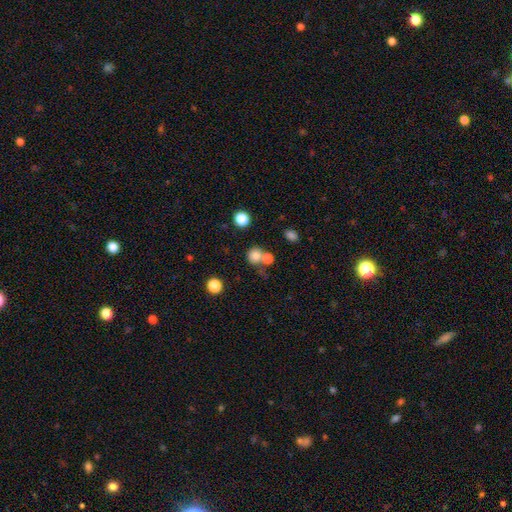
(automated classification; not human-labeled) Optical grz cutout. It shows a smooth galaxy with no disk features (78%) that is round (87%). Merging: none (53%).